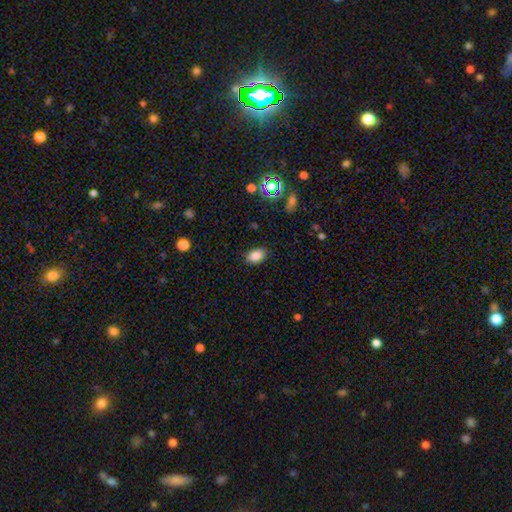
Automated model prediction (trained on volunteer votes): smooth_or_featured: smooth (p=0.85) [alt: star or artifact p=0.11]
how_rounded: in between (p=0.85) [alt: round p=0.13]
merging: none (p=0.85) [alt: minor disturbance p=0.11]